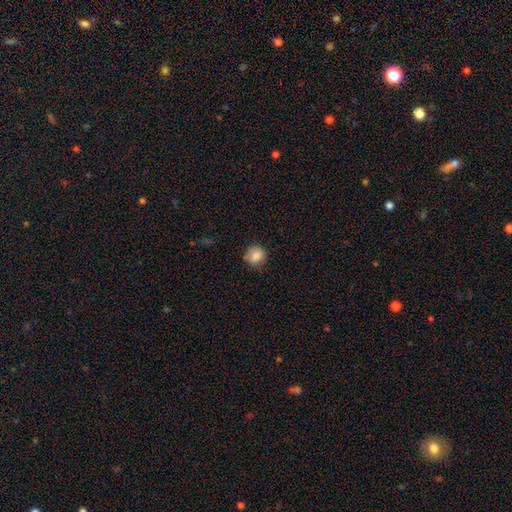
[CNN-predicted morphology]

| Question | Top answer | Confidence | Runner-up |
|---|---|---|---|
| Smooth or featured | smooth | 83% | star or artifact (9%) |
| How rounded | round | 75% | in between (24%) |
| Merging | none | 71% | minor disturbance (23%) |